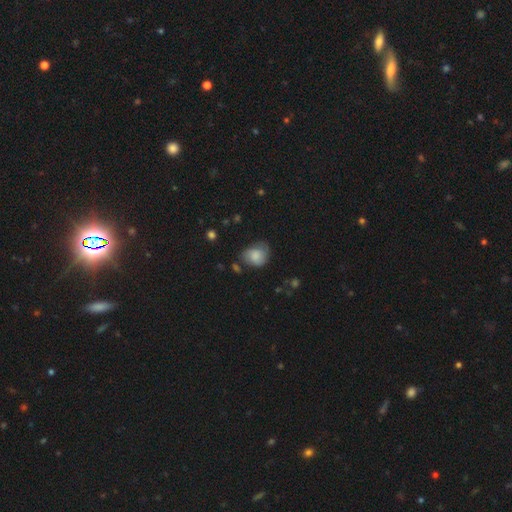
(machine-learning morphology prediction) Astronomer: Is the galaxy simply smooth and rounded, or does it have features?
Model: smooth — 68%.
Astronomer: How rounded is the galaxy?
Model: round — 55% (runner-up: in between, 44%).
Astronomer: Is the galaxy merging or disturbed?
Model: none — 50% (runner-up: minor disturbance, 33%).